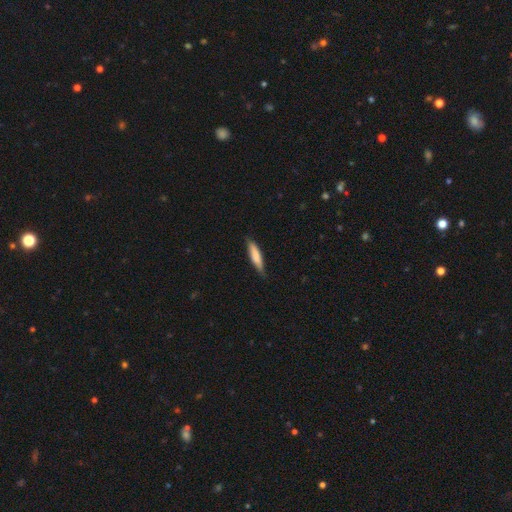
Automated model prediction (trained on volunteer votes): Smooth or featured? Predicted: smooth (p=0.75). How rounded? Predicted: cigar-shaped (p=0.81). Merging? Predicted: none (p=0.80).